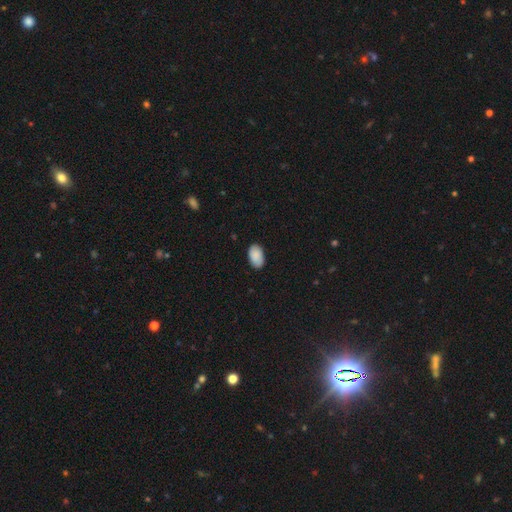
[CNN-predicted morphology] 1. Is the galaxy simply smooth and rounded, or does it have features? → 90% smooth, 6% star or artifact, 4% featured or disk.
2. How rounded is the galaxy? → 94% in between, 5% round, 1% cigar-shaped.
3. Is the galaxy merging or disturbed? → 87% none, 10% minor disturbance, 2% major disturbance, 1% merger.